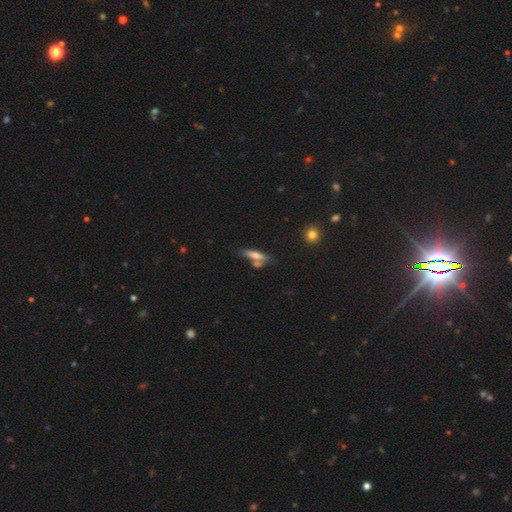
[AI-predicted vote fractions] This appears to be a smooth galaxy with no disk features (65%) that is cigar-shaped (65%). Merging: none (54%).